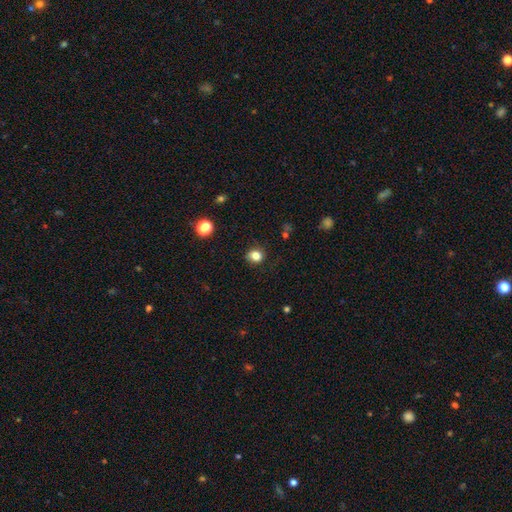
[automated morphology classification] smooth_or_featured: smooth (p=0.82) [alt: star or artifact p=0.12]
how_rounded: round (p=0.71) [alt: in between p=0.28]
merging: none (p=0.84) [alt: minor disturbance p=0.12]